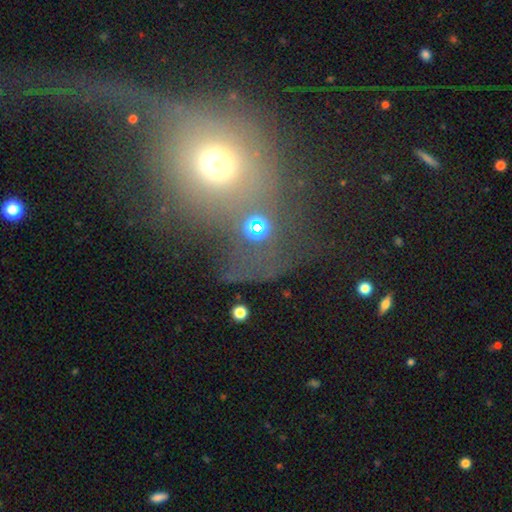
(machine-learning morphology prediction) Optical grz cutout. It shows a smooth galaxy with no disk features (48%). Merging: none (33%).